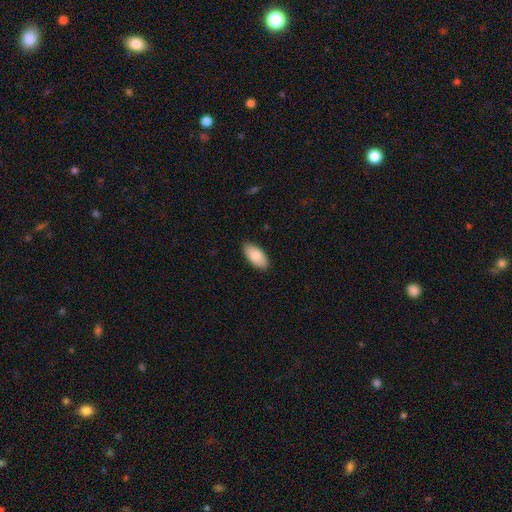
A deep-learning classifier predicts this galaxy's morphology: A smooth galaxy with no disk features (85%) that is in between round and cigar-shaped (94%). Merging: none (88%).